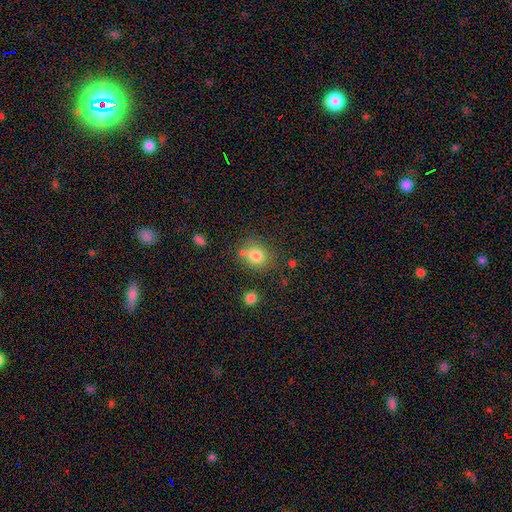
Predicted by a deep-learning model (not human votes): Smooth or featured: smooth — 77% (star or artifact — 12%)
How rounded: round — 59% (in between — 39%)
Merging: none — 58% (minor disturbance — 20%)